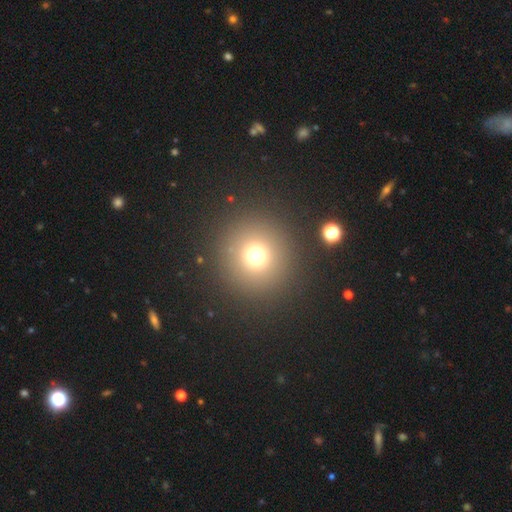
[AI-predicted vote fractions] smooth-or-featured: smooth: 70% | star or artifact: 21% | featured or disk: 9%
  how-rounded: round: 95% | in between: 4% | cigar-shaped: 1%
  merging: none: 88% | minor disturbance: 5% | major disturbance: 4% | merger: 2%